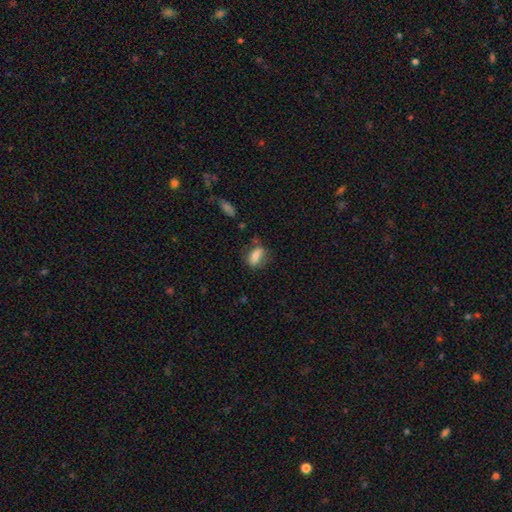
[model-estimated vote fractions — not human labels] The model was most divided on "merging": none: 58%, minor disturbance: 26%, major disturbance: 11%, merger: 5%. More confident: how rounded — in between (80%); smooth or featured — smooth (75%).